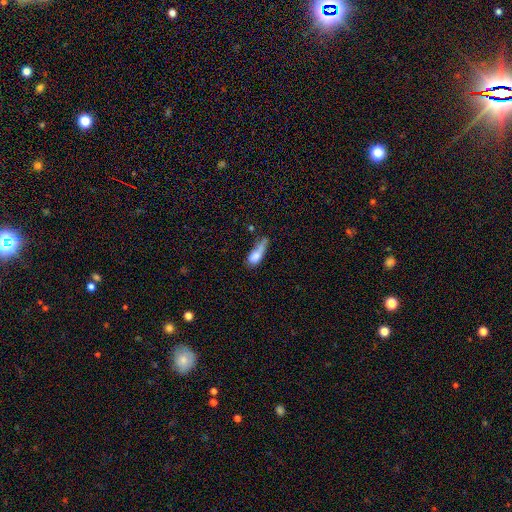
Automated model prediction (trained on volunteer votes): smooth-or-featured: smooth: 72% | featured or disk: 19% | star or artifact: 9%
  how-rounded: in between: 66% | cigar-shaped: 28% | round: 6%
  merging: minor disturbance: 29% (tied) | major disturbance: 29% (tied) | none: 23% | merger: 20%